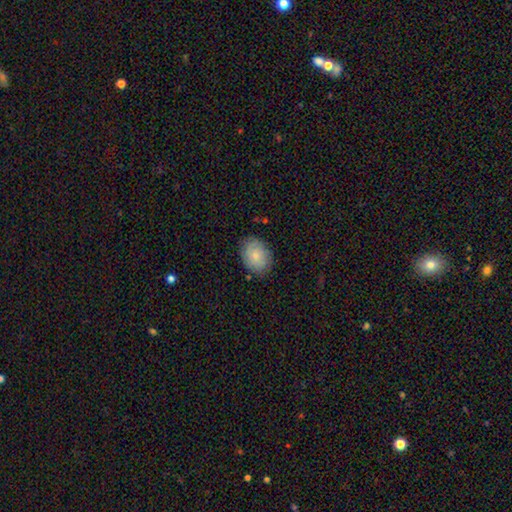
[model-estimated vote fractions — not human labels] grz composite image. It shows a smooth galaxy with no disk features (74%) that is in between round and cigar-shaped (69%). Merging: none (81%).